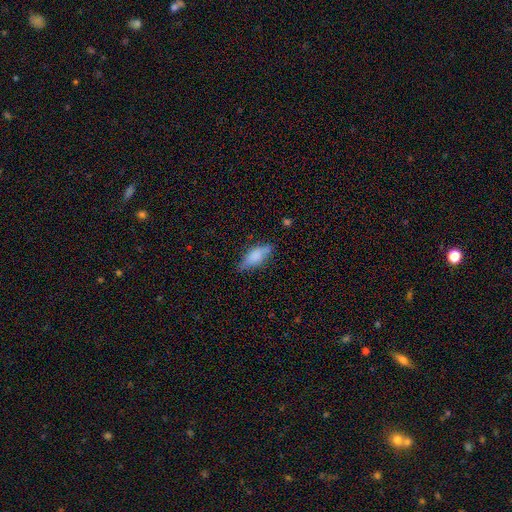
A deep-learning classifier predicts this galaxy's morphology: The model was most divided on "merging": none: 70%, minor disturbance: 23%, major disturbance: 5%, merger: 2%. More confident: how rounded — in between (73%); smooth or featured — smooth (73%).